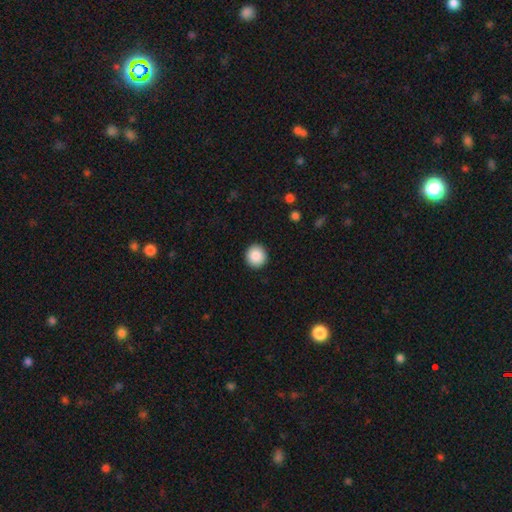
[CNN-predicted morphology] smooth 88%, star or artifact 8%, featured or disk 4%. Down the decision tree: how rounded — round (94%); merging — none (93%).